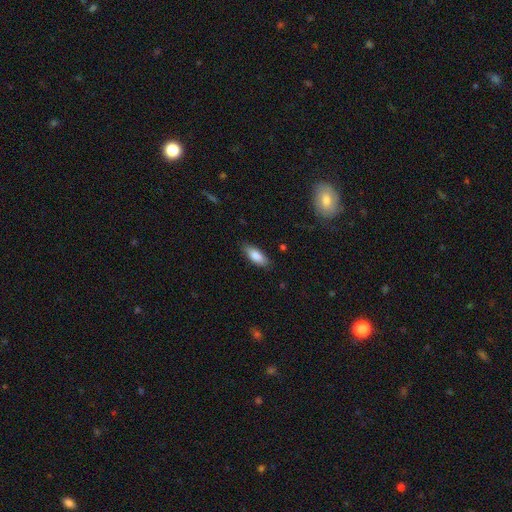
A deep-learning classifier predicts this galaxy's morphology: This is clearly a smooth galaxy (83%). How rounded: likely in between (72%). Merging: clearly none (85%).